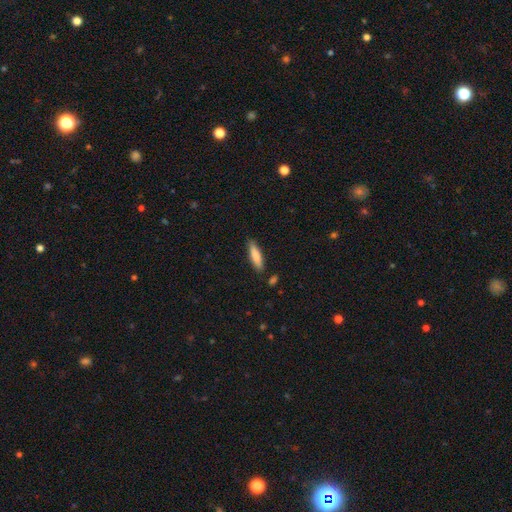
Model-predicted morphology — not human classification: smooth-or-featured: smooth: 84% | featured or disk: 11% | star or artifact: 6%
  how-rounded: cigar-shaped: 68% | in between: 31% | round: 1%
  merging: none: 84% | minor disturbance: 11% | merger: 3% | major disturbance: 2%